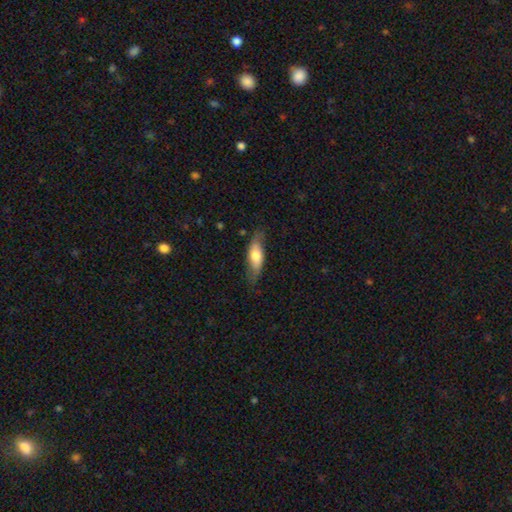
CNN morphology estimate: Smooth or featured? smooth (60%)
How rounded? in between (61%)
Merging? none (71%)